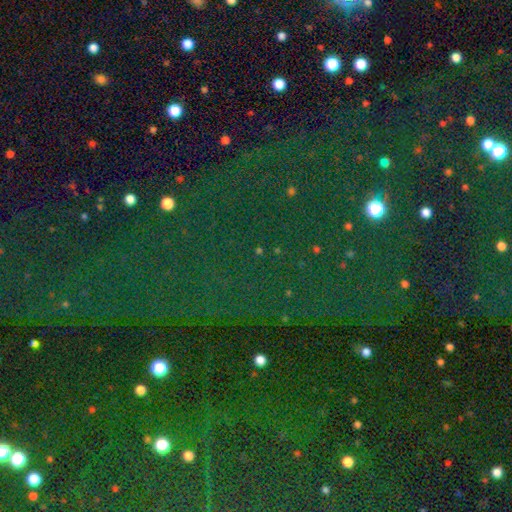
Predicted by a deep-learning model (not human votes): Smooth or featured? star or artifact (80%)